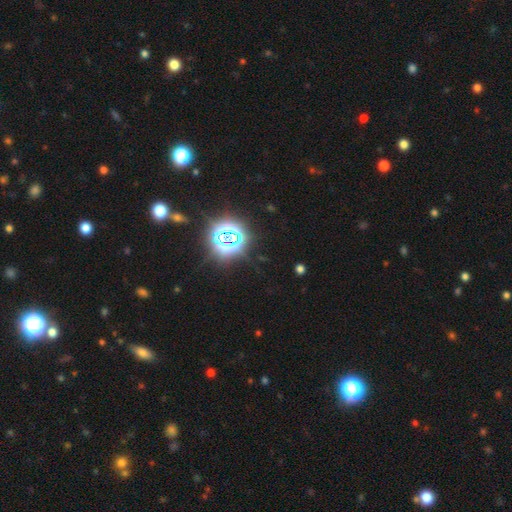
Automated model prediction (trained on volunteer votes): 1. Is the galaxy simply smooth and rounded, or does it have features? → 80% star or artifact, 13% smooth, 7% featured or disk.